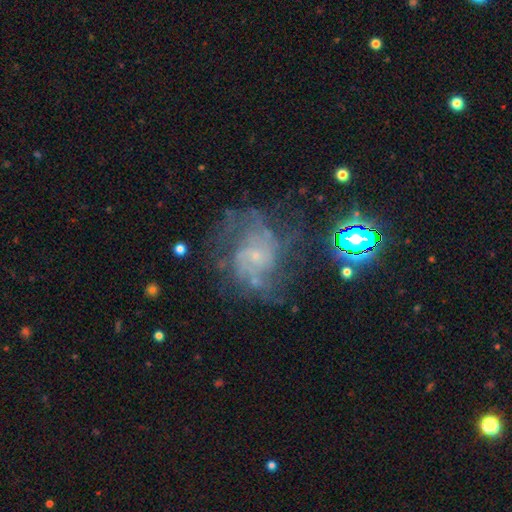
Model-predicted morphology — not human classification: A featured or disk galaxy (72%) with no bar (70%), medium (45%) spiral arms (85%) and a small central bulge (74%). Merging: none (54%).